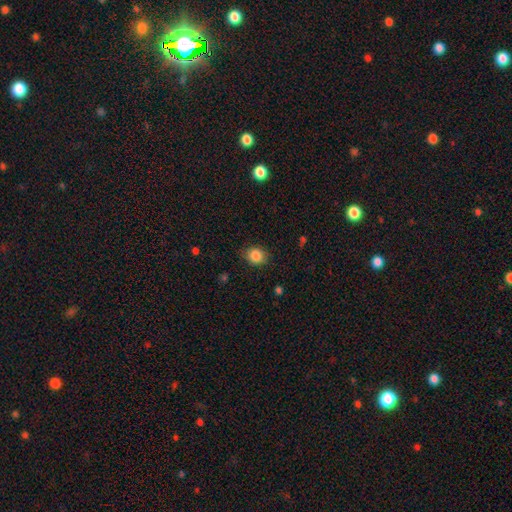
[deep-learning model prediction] The model was most divided on "how rounded": round: 66%, in between: 33%, cigar-shaped: 1%. More confident: smooth or featured — smooth (85%); merging — none (82%).